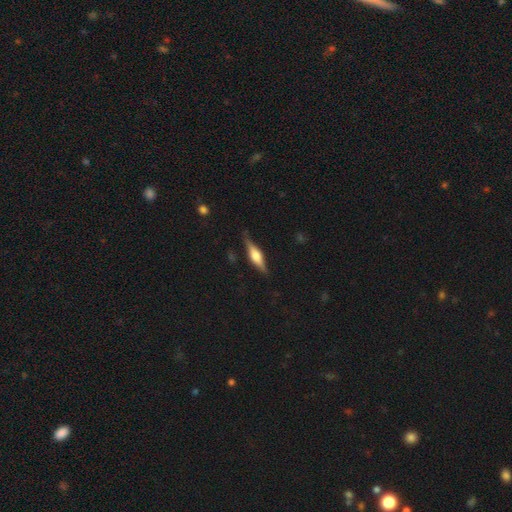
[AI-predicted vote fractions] A featured or disk galaxy (67%) viewed edge-on (96%) with a rounded central bulge (82%).

Vote fractions:
- Smooth or featured? featured or disk: 67% / smooth: 27% / star or artifact: 6%
- Edge-on disk? yes: 96% / no: 4%
- Edge-on bulge? rounded: 82% / boxy: 15% / none: 3%
- Merging? none: 83% / minor disturbance: 13% / major disturbance: 3% / merger: 1%